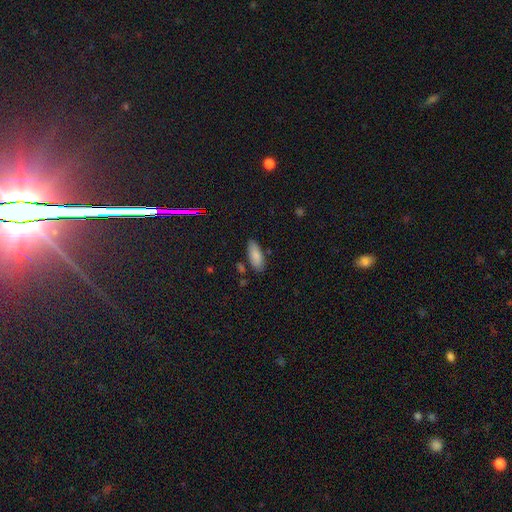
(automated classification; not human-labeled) Overall: smooth (85%). How rounded: in between (80%). Merging: none (80%).